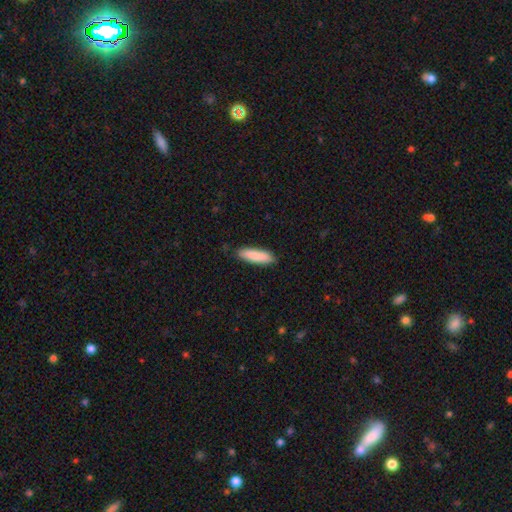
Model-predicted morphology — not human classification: Smooth or featured: smooth — 86% (featured or disk — 9%)
How rounded: cigar-shaped — 62% (in between — 36%)
Merging: none — 87% (minor disturbance — 10%)